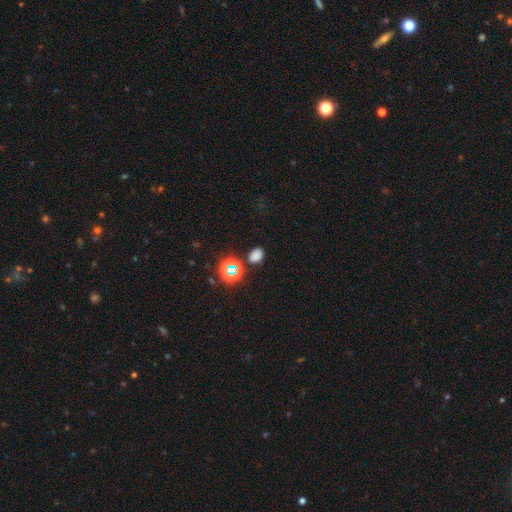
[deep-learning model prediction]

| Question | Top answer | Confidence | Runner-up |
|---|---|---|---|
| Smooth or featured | smooth | 71% | star or artifact (24%) |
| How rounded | in between | 63% | round (36%) |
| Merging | none | 82% | minor disturbance (11%) |